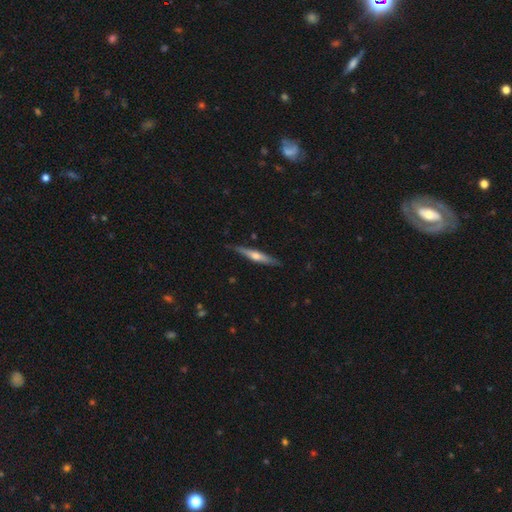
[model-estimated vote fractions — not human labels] Overall: featured or disk (61%; smooth 34%). Edge-on disk: yes (96%). Edge-on bulge: rounded (86%). Merging: none (83%).